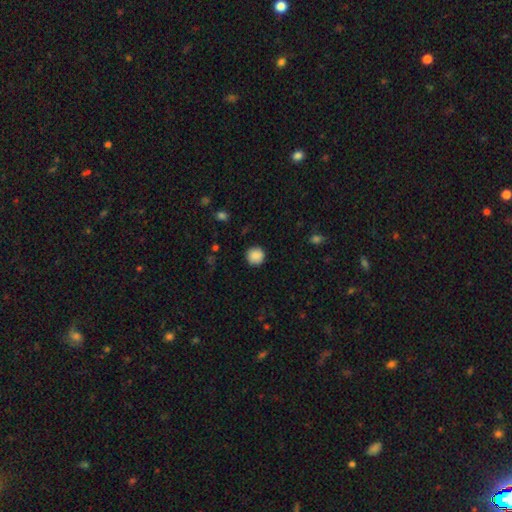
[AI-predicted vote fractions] This appears to be a smooth galaxy with no disk features (88%) that is round (95%). Merging: none (90%).